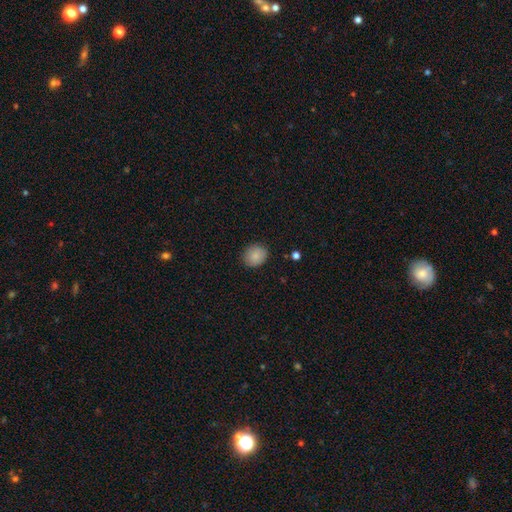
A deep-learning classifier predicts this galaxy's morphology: Q: Smooth or featured?
A: smooth (88%); runner-up: star or artifact (8%)
Q: How rounded?
A: round (75%); runner-up: in between (24%)
Q: Merging?
A: none (88%); runner-up: minor disturbance (9%)